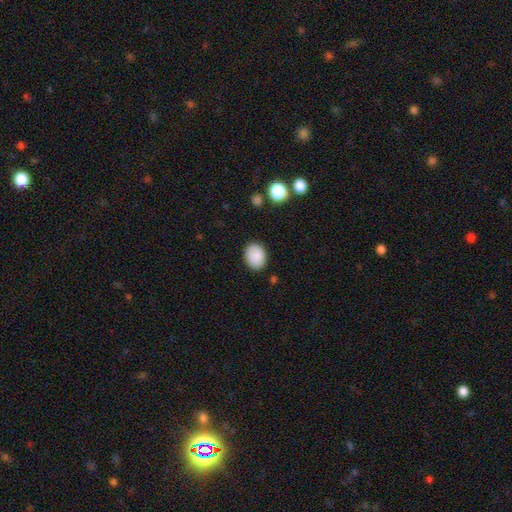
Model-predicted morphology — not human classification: Overall: smooth (88%). How rounded: in between (68%; round 31%). Merging: none (86%).